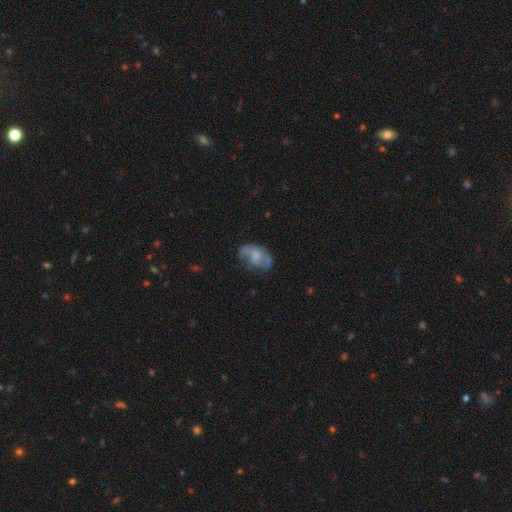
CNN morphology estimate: type=featured or disk (54%); edge-on=no (96%); bar=no (69%); spiral arms=yes (63%); bulge=small (37%); merging=none (46%).